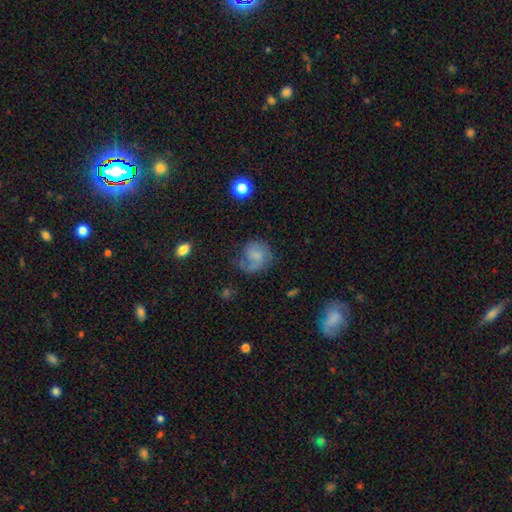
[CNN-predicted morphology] Smooth or featured?
  - smooth: 58% *
  - featured or disk: 32%
  - star or artifact: 10%
How rounded?
  - round: 76% *
  - in between: 24%
  - cigar-shaped: 1%
Merging?
  - none: 45% *
  - major disturbance: 26%
  - minor disturbance: 25%
  - merger: 4%